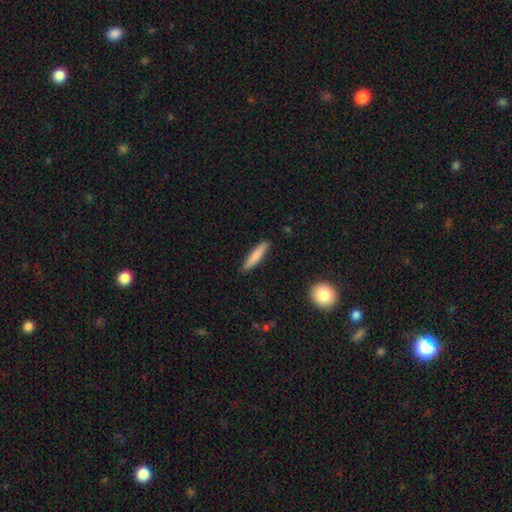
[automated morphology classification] smooth_or_featured: smooth (p=0.81) [alt: featured or disk p=0.13]
how_rounded: cigar-shaped (p=0.87) [alt: in between p=0.11]
merging: none (p=0.90) [alt: minor disturbance p=0.08]